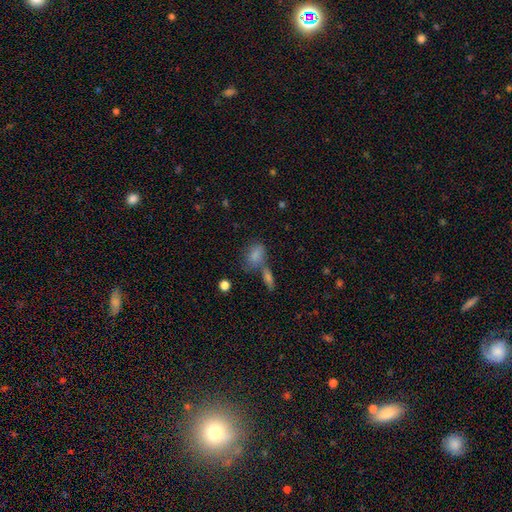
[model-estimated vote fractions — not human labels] smooth-or-featured: smooth: 78% | featured or disk: 11% | star or artifact: 10%
  how-rounded: in between: 79% | round: 17% | cigar-shaped: 4%
  merging: none: 43% | merger: 31% | minor disturbance: 17% | major disturbance: 9%